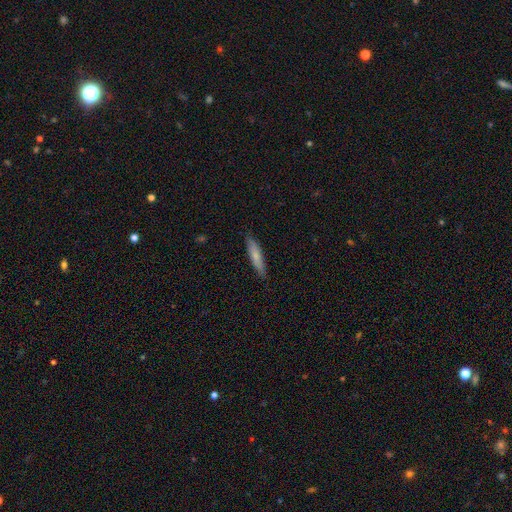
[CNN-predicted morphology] The model was most divided on "smooth or featured": smooth: 72%, featured or disk: 22%, star or artifact: 6%. More confident: merging — none (86%); how rounded — cigar-shaped (84%).